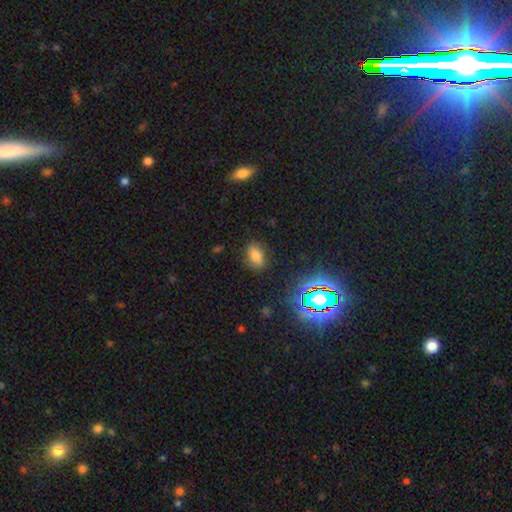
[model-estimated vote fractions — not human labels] smooth 73%, star or artifact 17%, featured or disk 11%. Down the decision tree: how rounded — in between (84%); merging — none (83%).